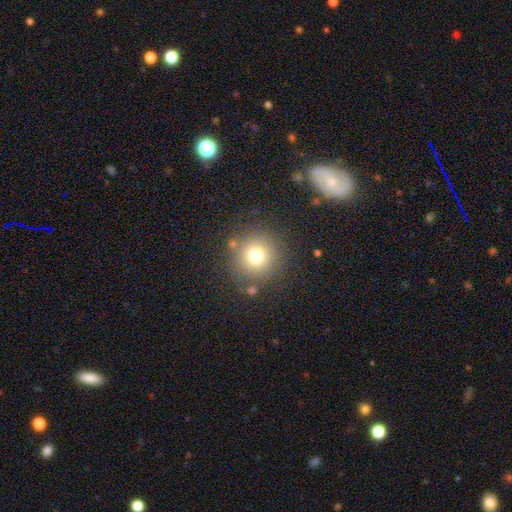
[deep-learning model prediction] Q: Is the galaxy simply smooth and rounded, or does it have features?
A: smooth — 74%.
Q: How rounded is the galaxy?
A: round — 94%.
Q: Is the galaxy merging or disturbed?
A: none — 84%.